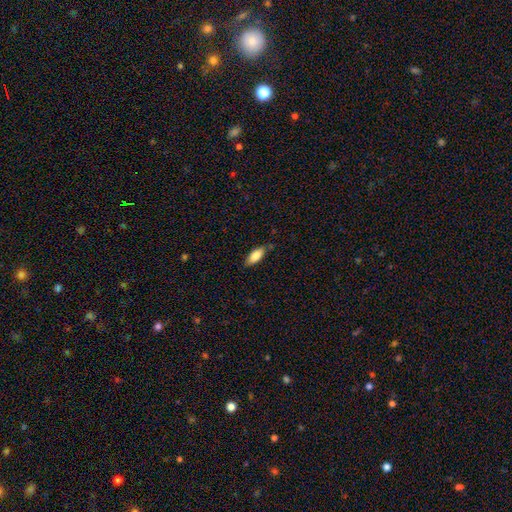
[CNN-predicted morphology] Smooth or featured? Predicted: smooth (p=0.80). How rounded? Predicted: in between (p=0.75). Merging? Predicted: none (p=0.77).